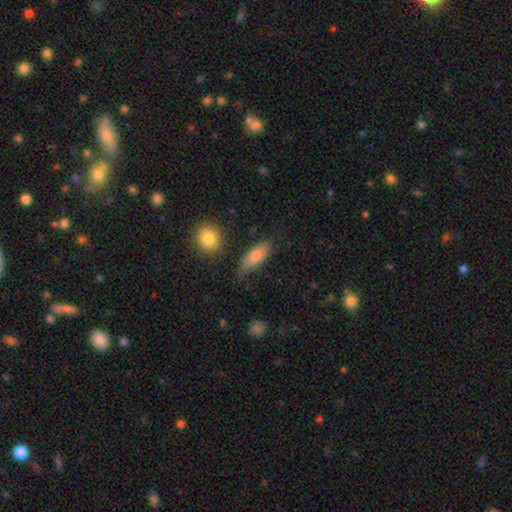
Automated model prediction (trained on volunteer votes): Smooth or featured?
  - smooth: 80% *
  - featured or disk: 13%
  - star or artifact: 7%
How rounded?
  - in between: 74% *
  - cigar-shaped: 22%
  - round: 3%
Merging?
  - none: 66% *
  - minor disturbance: 23%
  - major disturbance: 7%
  - merger: 4%